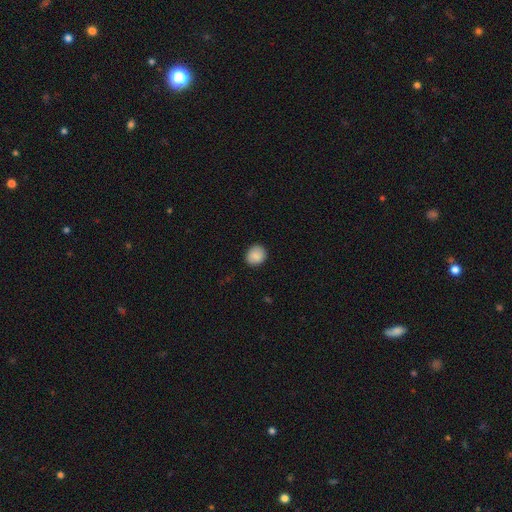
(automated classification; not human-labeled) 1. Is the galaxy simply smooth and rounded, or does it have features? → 87% smooth, 8% star or artifact, 6% featured or disk.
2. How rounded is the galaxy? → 76% round, 23% in between, 1% cigar-shaped.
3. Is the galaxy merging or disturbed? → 87% none, 10% minor disturbance, 2% major disturbance, 1% merger.